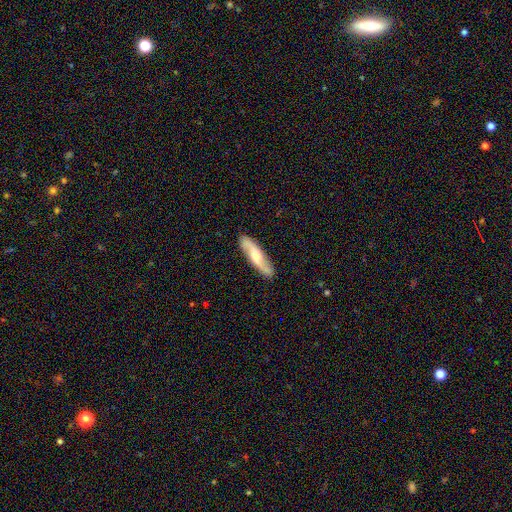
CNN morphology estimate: Q: Smooth or featured?
A: featured or disk (67%); runner-up: smooth (28%)
Q: Edge-on disk?
A: no (76%); runner-up: yes (24%)
Q: Bar?
A: no (51%); runner-up: weak (39%)
Q: Spiral arms?
A: yes (93%); runner-up: no (7%)
Q: Bulge size?
A: moderate (54%); runner-up: small (22%)
Q: Merging?
A: none (87%); runner-up: minor disturbance (9%)